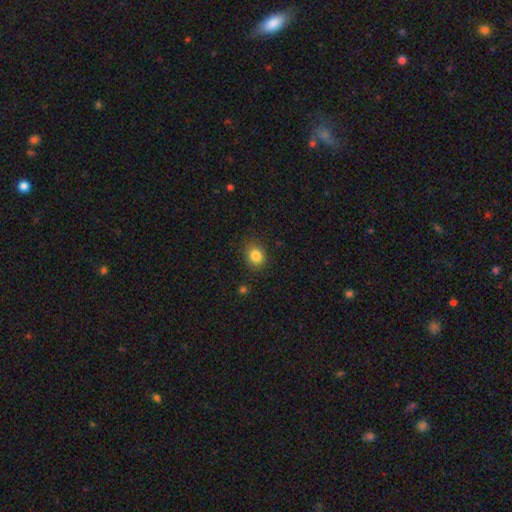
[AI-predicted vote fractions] Morphology: type=smooth (84%); roundness=round (64%); merging=none (85%).